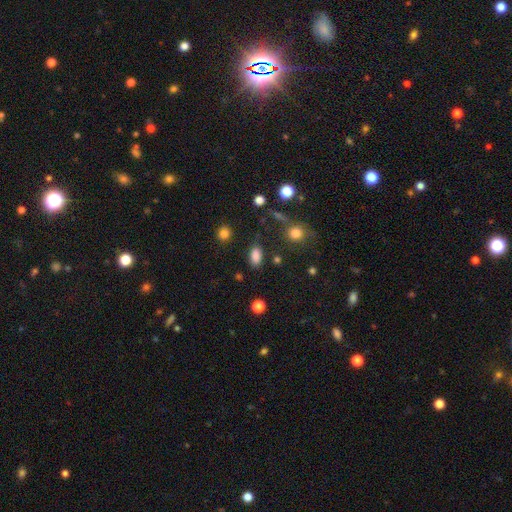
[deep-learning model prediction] Smooth or featured?
  - smooth: 84% *
  - star or artifact: 11%
  - featured or disk: 5%
How rounded?
  - in between: 89% *
  - round: 7%
  - cigar-shaped: 4%
Merging?
  - none: 82% *
  - minor disturbance: 11%
  - major disturbance: 4%
  - merger: 3%